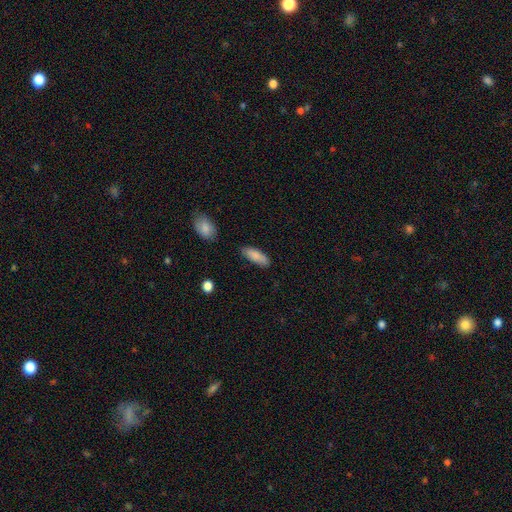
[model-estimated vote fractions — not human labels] smooth_or_featured: smooth (p=0.85) [alt: featured or disk p=0.08]
how_rounded: in between (p=0.65) [alt: cigar-shaped p=0.33]
merging: none (p=0.79) [alt: minor disturbance p=0.15]